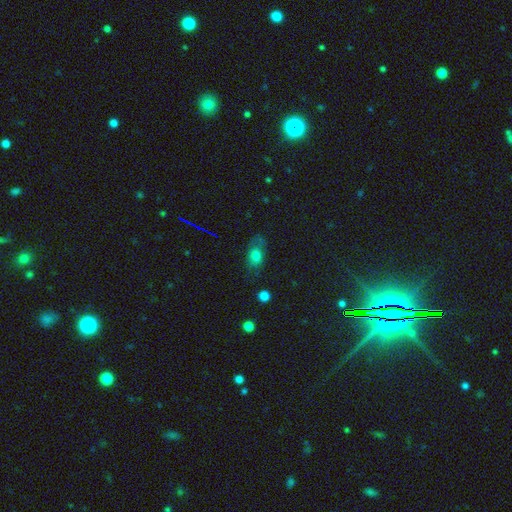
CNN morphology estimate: This is likely a smooth galaxy (68%). How rounded: likely in between (77%). Merging: likely none (60%).